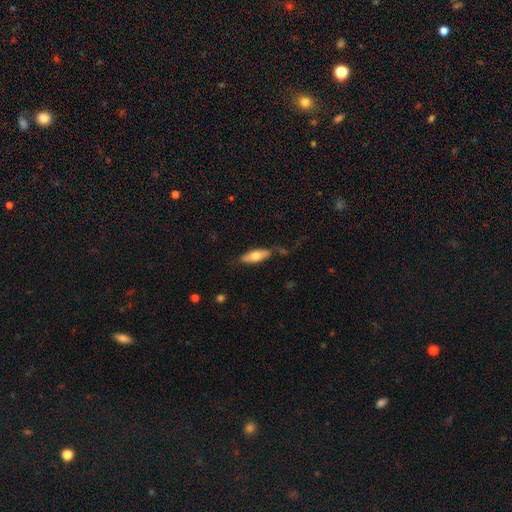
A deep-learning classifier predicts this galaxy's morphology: smooth_or_featured: smooth (p=0.65) [alt: featured or disk p=0.30]
how_rounded: in between (p=0.56) [alt: cigar-shaped p=0.42]
merging: none (p=0.72) [alt: minor disturbance p=0.19]